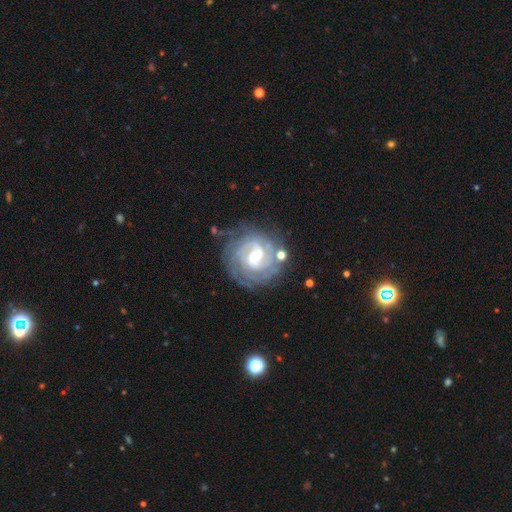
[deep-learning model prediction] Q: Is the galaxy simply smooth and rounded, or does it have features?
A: featured or disk — 89%.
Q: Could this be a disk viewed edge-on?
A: no — 98%.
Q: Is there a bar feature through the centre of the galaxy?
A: weak — 53%.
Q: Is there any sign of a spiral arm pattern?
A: yes — 97%.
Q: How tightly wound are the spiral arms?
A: tight — 72%.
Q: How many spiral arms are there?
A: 2 — 30%.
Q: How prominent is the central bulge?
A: small — 54%.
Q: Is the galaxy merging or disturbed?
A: none — 74%.